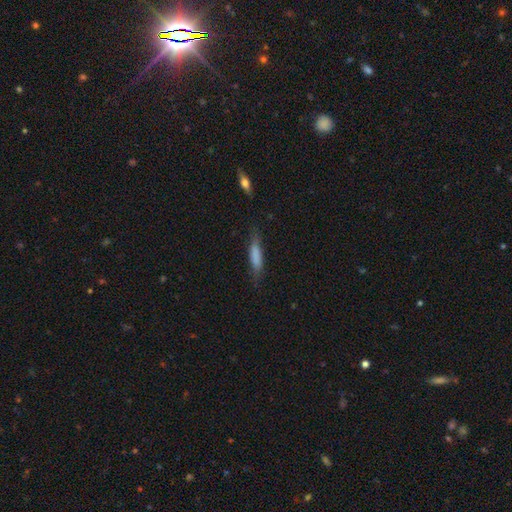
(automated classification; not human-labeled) Morphology: type=smooth (77%); roundness=cigar-shaped (76%); merging=none (72%).